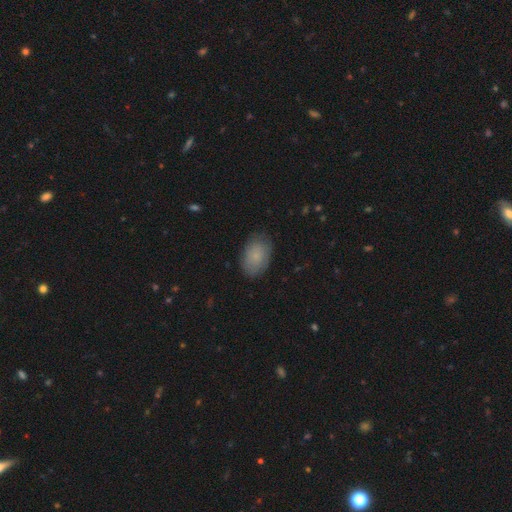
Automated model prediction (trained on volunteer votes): A smooth galaxy with no disk features (82%) that is in between round and cigar-shaped (86%). Merging: none (80%).